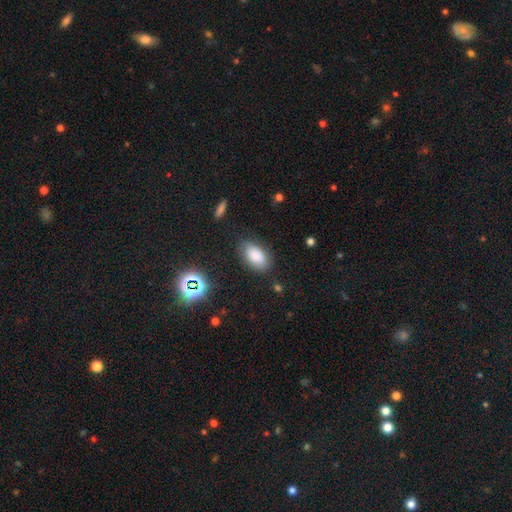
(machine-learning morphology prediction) Smooth or featured?
  - smooth: 81% *
  - star or artifact: 10%
  - featured or disk: 9%
How rounded?
  - in between: 93% *
  - round: 5%
  - cigar-shaped: 2%
Merging?
  - none: 78% *
  - minor disturbance: 15%
  - major disturbance: 4%
  - merger: 2%